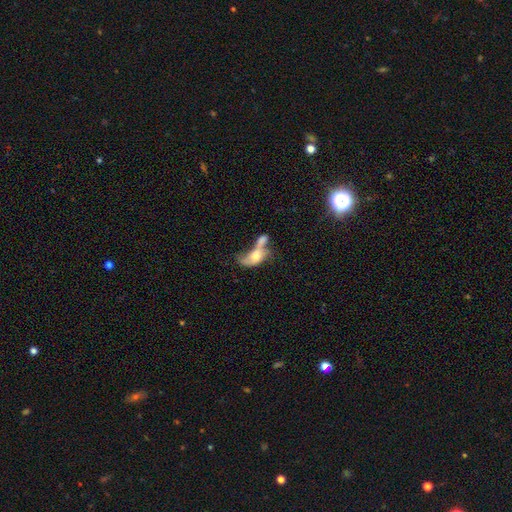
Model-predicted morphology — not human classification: type=smooth (47%); merging=merger (66%).